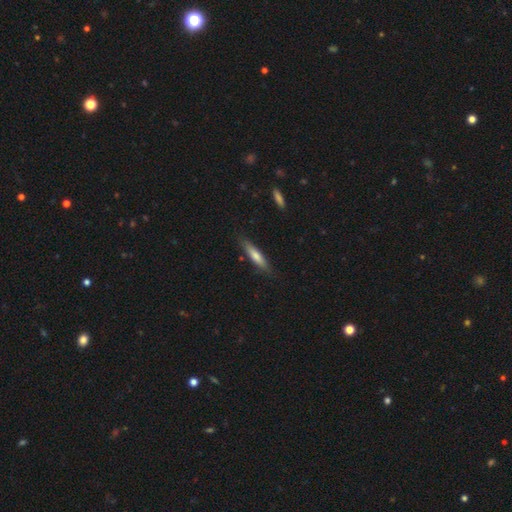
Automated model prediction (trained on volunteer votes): The model was most divided on "smooth or featured": smooth: 69%, featured or disk: 26%, star or artifact: 6%. More confident: merging — none (83%); how rounded — cigar-shaped (81%).